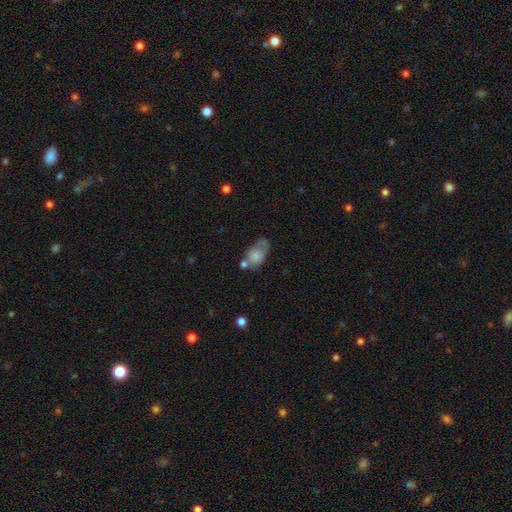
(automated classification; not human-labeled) smooth_or_featured: smooth (p=0.70) [alt: featured or disk p=0.21]
how_rounded: in between (p=0.86) [alt: round p=0.12]
merging: none (p=0.33) [alt: minor disturbance p=0.27]